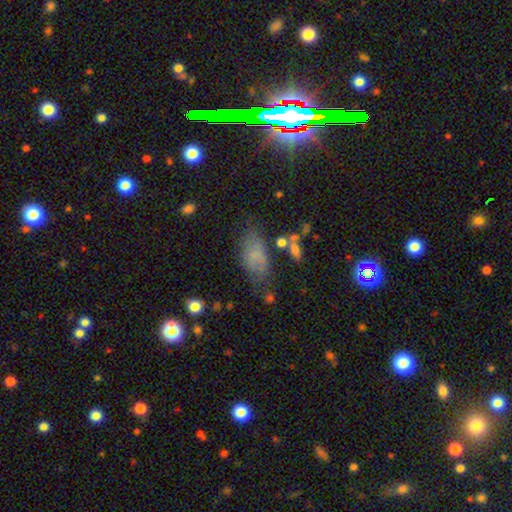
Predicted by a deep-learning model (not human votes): The model was most divided on "merging": none: 57%, minor disturbance: 26%, major disturbance: 12%, merger: 5%. More confident: how rounded — in between (89%); smooth or featured — smooth (71%).